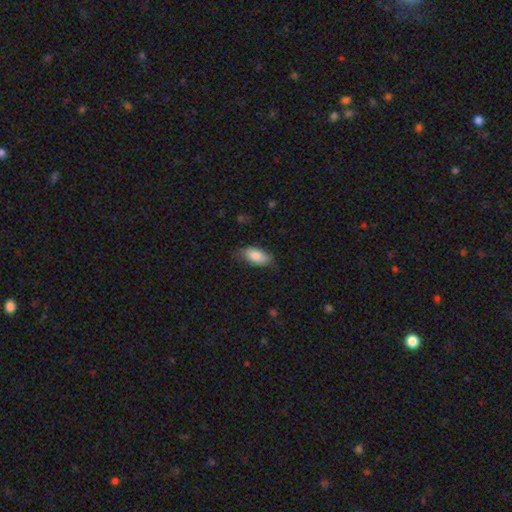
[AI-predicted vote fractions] smooth-or-featured: smooth: 84% | featured or disk: 9% | star or artifact: 6%
  how-rounded: in between: 90% | cigar-shaped: 7% | round: 3%
  merging: none: 72% | minor disturbance: 22% | major disturbance: 5% | merger: 1%